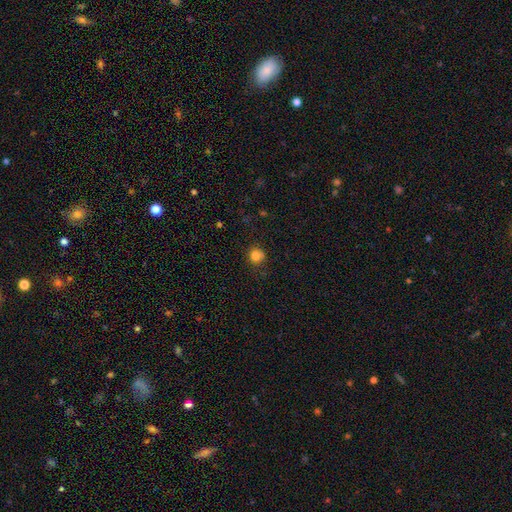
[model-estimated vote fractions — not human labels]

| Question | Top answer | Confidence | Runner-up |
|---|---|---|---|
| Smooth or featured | smooth | 82% | star or artifact (12%) |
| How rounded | round | 90% | in between (9%) |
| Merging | none | 82% | minor disturbance (13%) |